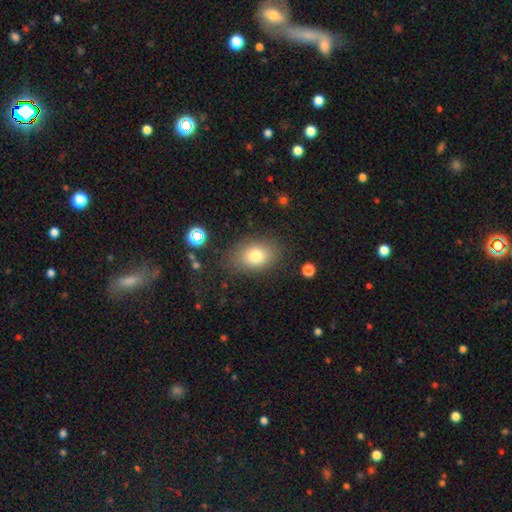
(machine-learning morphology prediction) This is likely a smooth galaxy (78%). How rounded: likely in between (73%). Merging: likely none (80%).